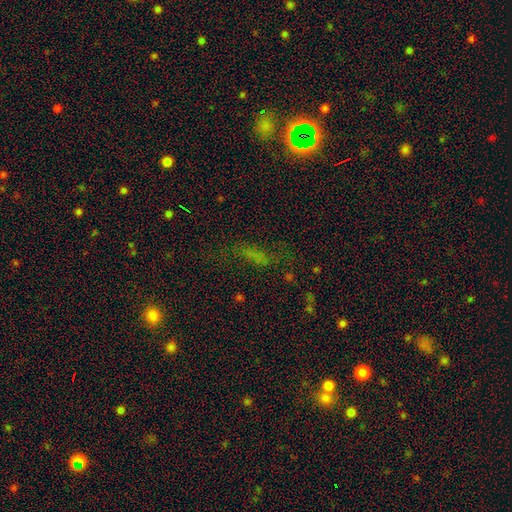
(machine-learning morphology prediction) type=smooth (44%); merging=none (59%).